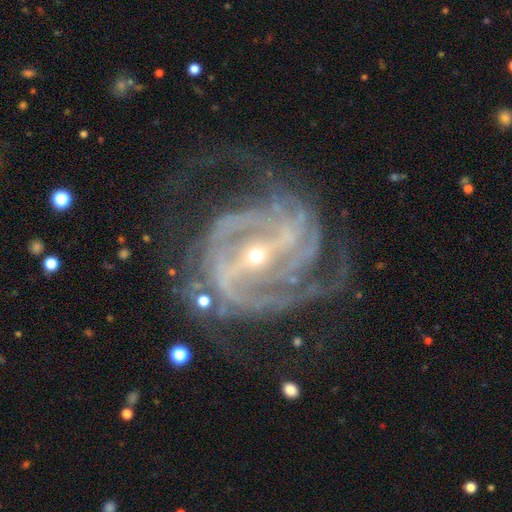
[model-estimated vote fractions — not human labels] smooth_or_featured: featured or disk (p=0.92) [alt: star or artifact p=0.05]
disk_edge_on: no (p=0.97) [alt: yes p=0.03]
bar: strong (p=0.65) [alt: weak p=0.25]
has_spiral_arms: yes (p=0.98) [alt: no p=0.02]
spiral_winding: tight (p=0.48) [alt: medium p=0.42]
spiral_arm_count: 2 (p=0.26) [alt: 3 p=0.22]
bulge_size: small (p=0.76) [alt: moderate p=0.20]
merging: none (p=0.56) [alt: major disturbance p=0.22]